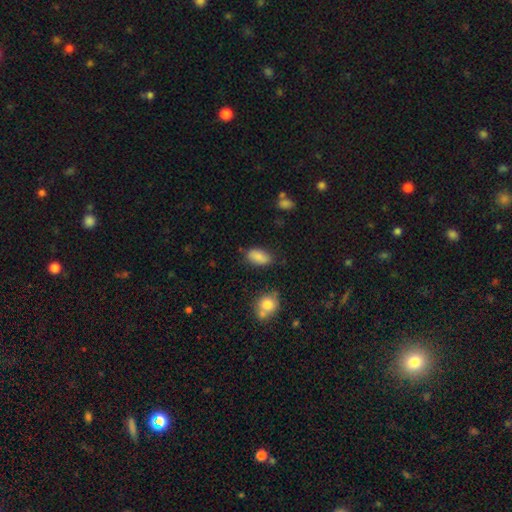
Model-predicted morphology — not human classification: The model was most divided on "merging": none: 78%, minor disturbance: 16%, major disturbance: 4%, merger: 3%. More confident: how rounded — in between (93%); smooth or featured — smooth (87%).